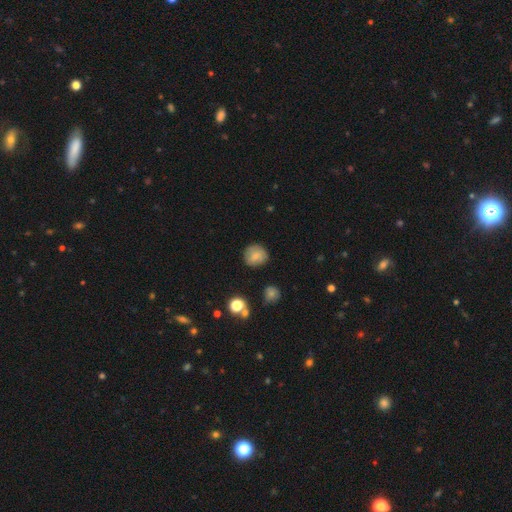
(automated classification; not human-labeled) Q: Smooth or featured?
A: smooth (79%); runner-up: featured or disk (12%)
Q: How rounded?
A: round (85%); runner-up: in between (14%)
Q: Merging?
A: none (82%); runner-up: minor disturbance (13%)